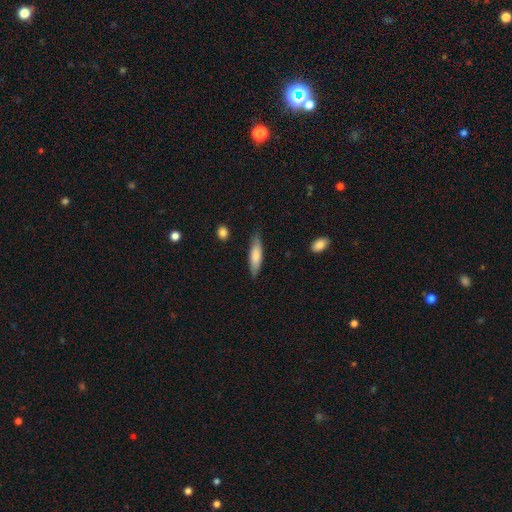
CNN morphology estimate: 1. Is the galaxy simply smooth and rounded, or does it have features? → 78% smooth, 17% featured or disk, 5% star or artifact.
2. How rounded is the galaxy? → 65% cigar-shaped, 34% in between, 2% round.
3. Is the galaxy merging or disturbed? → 81% none, 15% minor disturbance, 3% major disturbance, 1% merger.